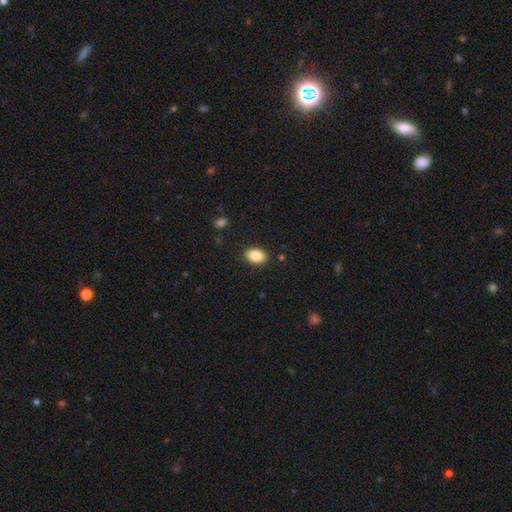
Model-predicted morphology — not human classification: Overall: smooth (87%). How rounded: in between (84%). Merging: none (88%).